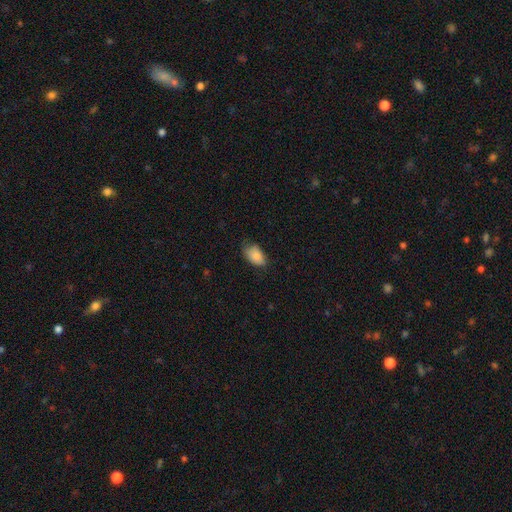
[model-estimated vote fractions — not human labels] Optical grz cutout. It shows a smooth galaxy with no disk features (86%) that is in between round and cigar-shaped (92%). Merging: none (66%).